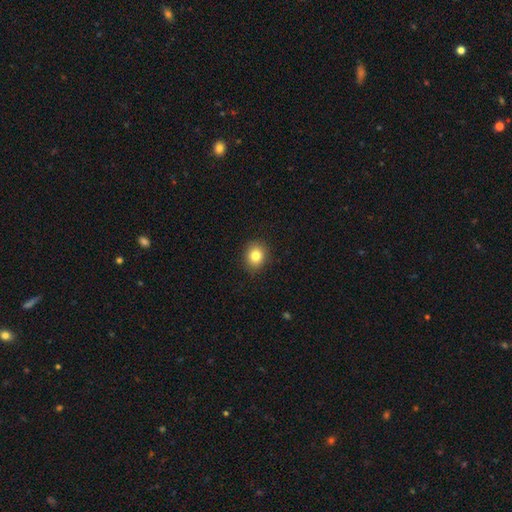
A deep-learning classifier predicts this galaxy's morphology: smooth-or-featured: smooth: 82% | star or artifact: 11% | featured or disk: 8%
  how-rounded: round: 63% | in between: 36% | cigar-shaped: 1%
  merging: none: 89% | minor disturbance: 8% | major disturbance: 2% | merger: 1%